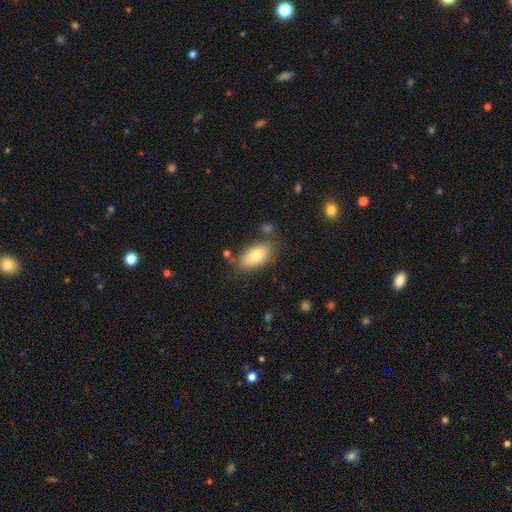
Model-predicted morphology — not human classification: type=smooth (76%); roundness=in between (92%); merging=none (74%).